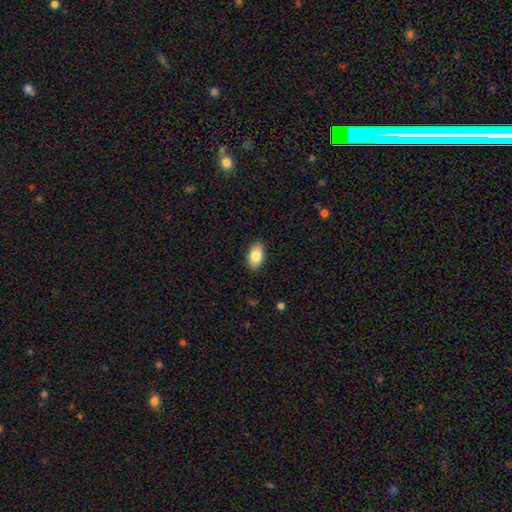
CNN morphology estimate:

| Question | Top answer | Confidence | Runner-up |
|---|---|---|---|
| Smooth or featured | smooth | 83% | featured or disk (10%) |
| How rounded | in between | 93% | round (5%) |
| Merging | none | 88% | minor disturbance (9%) |